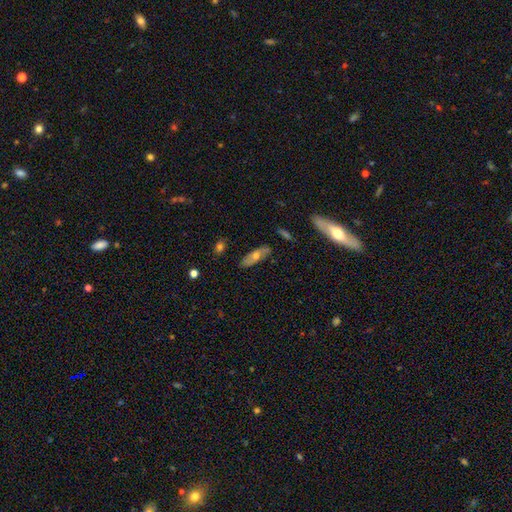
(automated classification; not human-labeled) A featured or disk galaxy (48%). Merging: none (79%).